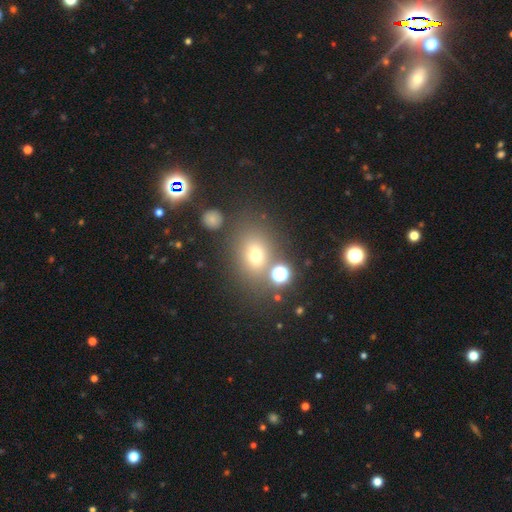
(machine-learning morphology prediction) The model was most divided on "how rounded": round: 52%, in between: 47%, cigar-shaped: 2%. More confident: merging — none (70%); smooth or featured — smooth (66%).